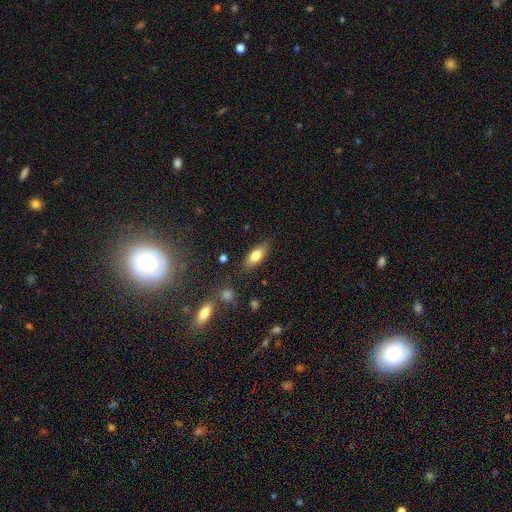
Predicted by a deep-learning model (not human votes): smooth_or_featured: smooth (p=0.76) [alt: featured or disk p=0.16]
how_rounded: in between (p=0.77) [alt: cigar-shaped p=0.20]
merging: none (p=0.79) [alt: minor disturbance p=0.15]